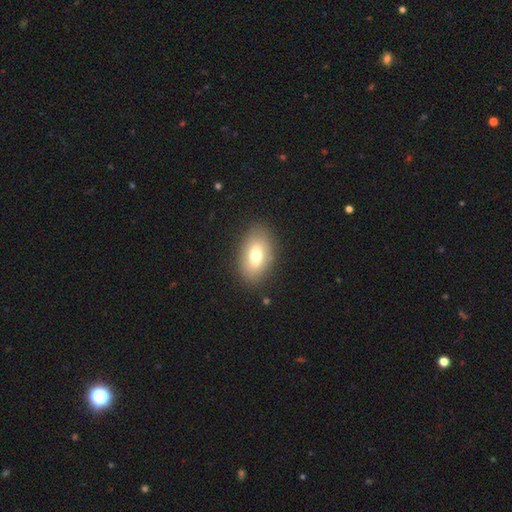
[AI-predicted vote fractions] Smooth or featured? Predicted: smooth (p=0.69). How rounded? Predicted: in between (p=0.90). Merging? Predicted: none (p=0.85).